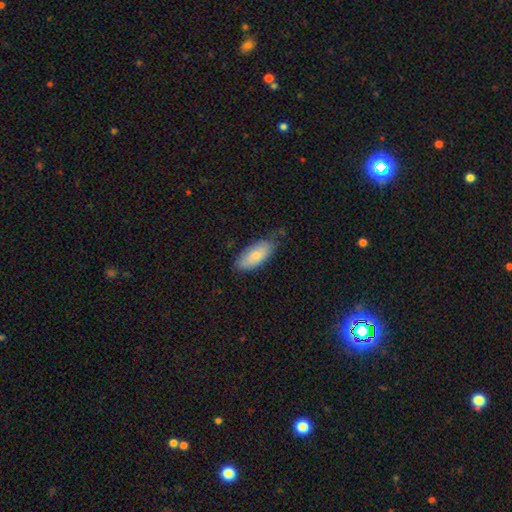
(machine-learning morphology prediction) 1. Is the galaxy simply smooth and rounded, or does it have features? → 76% smooth, 18% featured or disk, 6% star or artifact.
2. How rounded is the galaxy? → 90% in between, 8% cigar-shaped, 2% round.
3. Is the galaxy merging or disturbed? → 72% none, 22% minor disturbance, 4% major disturbance, 2% merger.